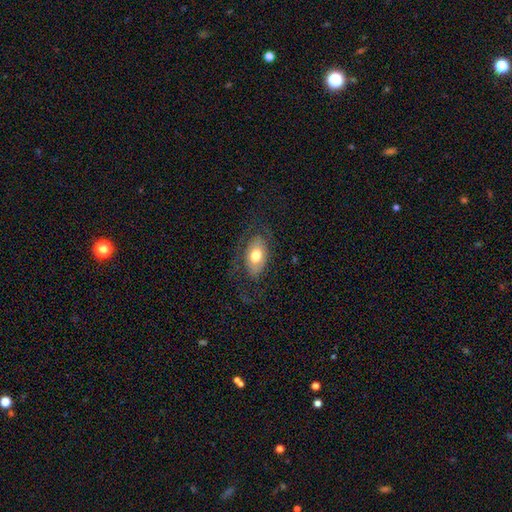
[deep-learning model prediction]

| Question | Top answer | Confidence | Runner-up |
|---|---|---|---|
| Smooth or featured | smooth | 56% | featured or disk (38%) |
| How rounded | in between | 91% | round (7%) |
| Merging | none | 65% | minor disturbance (18%) |